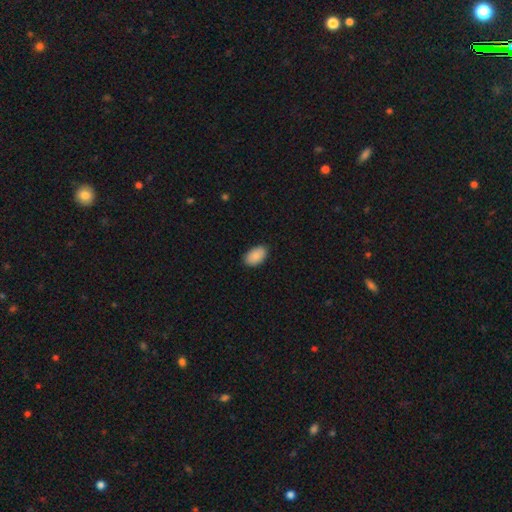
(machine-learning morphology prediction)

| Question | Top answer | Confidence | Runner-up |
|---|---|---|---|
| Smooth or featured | smooth | 89% | star or artifact (6%) |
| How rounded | in between | 94% | round (5%) |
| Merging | none | 87% | minor disturbance (10%) |